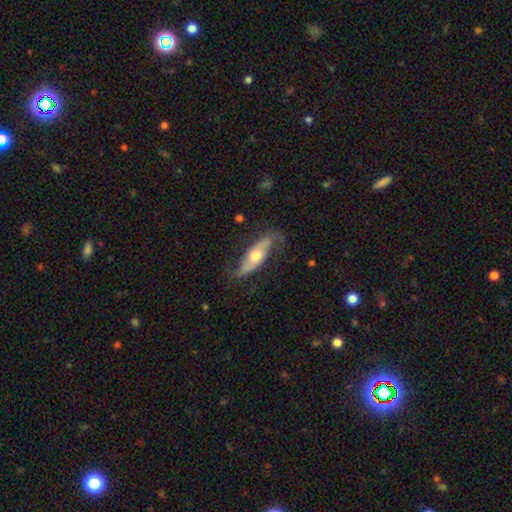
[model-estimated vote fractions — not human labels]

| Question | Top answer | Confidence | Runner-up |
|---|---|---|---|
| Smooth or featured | featured or disk | 61% | smooth (33%) |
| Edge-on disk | no | 63% | yes (37%) |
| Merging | none | 71% | minor disturbance (21%) |